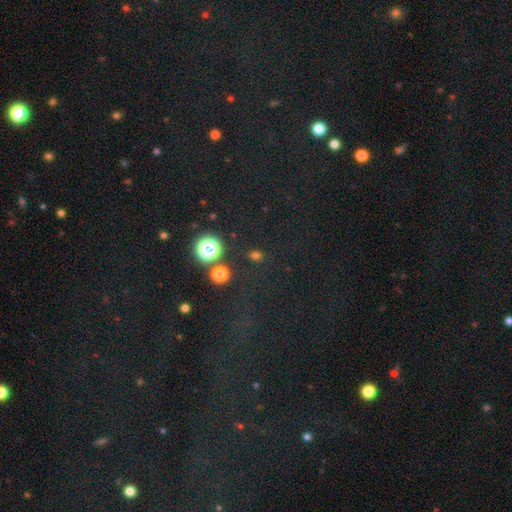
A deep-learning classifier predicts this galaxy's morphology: type=smooth (47%); merging=none (84%).